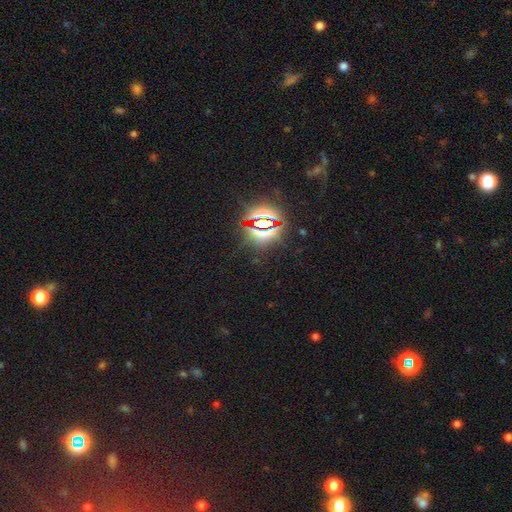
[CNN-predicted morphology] Smooth or featured?
  - star or artifact: 82% *
  - smooth: 10%
  - featured or disk: 7%